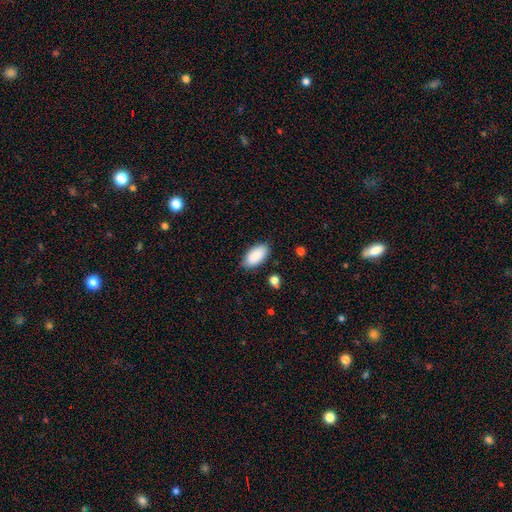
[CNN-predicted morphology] type=smooth (89%); roundness=in between (95%); merging=none (83%).